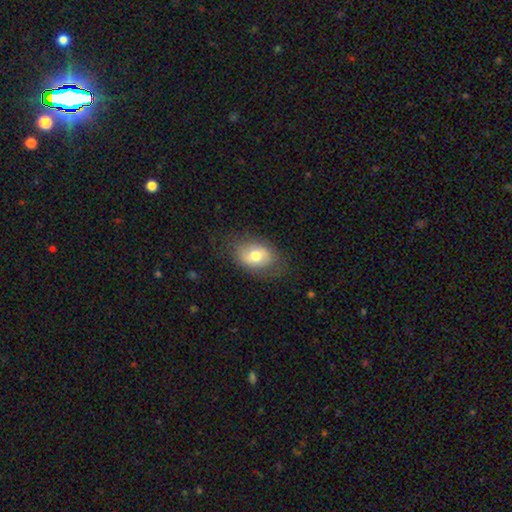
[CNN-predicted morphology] Smooth or featured?
  - smooth: 66% *
  - featured or disk: 26%
  - star or artifact: 7%
How rounded?
  - in between: 80% *
  - round: 19%
  - cigar-shaped: 1%
Merging?
  - none: 75% *
  - minor disturbance: 17%
  - major disturbance: 7%
  - merger: 1%